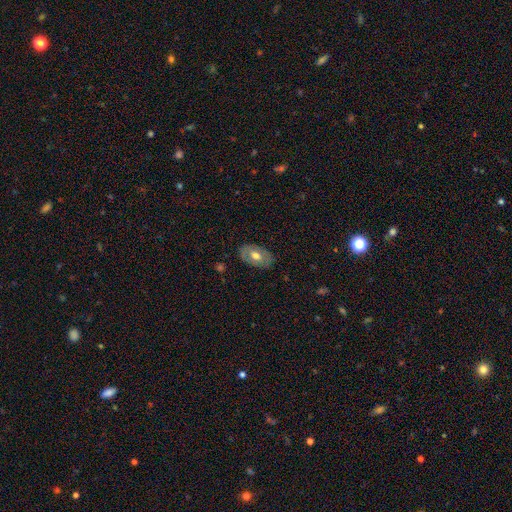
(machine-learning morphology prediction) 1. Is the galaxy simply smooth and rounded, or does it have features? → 49% smooth, 45% featured or disk, 6% star or artifact.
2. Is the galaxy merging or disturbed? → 82% none, 14% minor disturbance, 3% major disturbance, 1% merger.